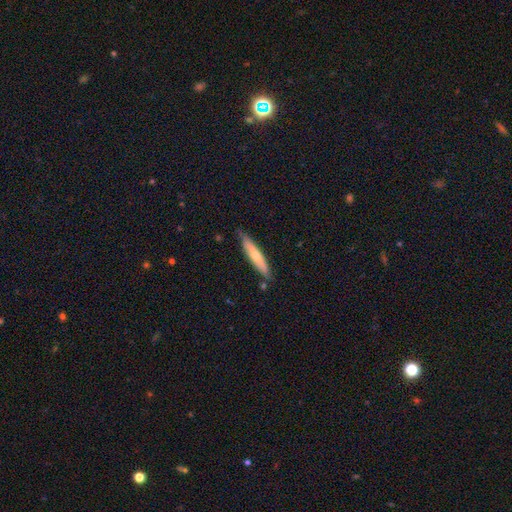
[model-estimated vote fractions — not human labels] Smooth or featured? Predicted: smooth (p=0.56). How rounded? Predicted: cigar-shaped (p=0.88). Merging? Predicted: none (p=0.77).